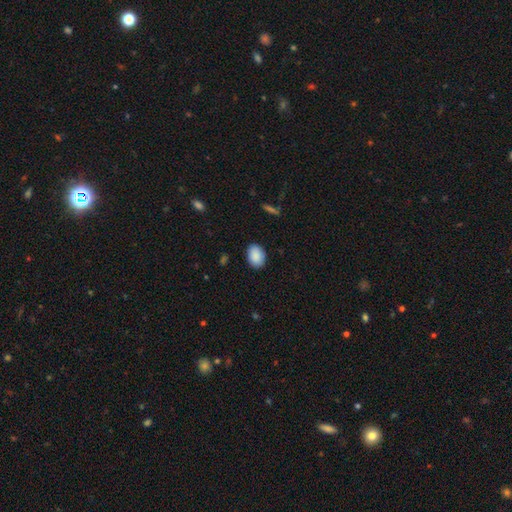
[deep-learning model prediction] Smooth or featured? Predicted: smooth (p=0.89). How rounded? Predicted: in between (p=0.79). Merging? Predicted: none (p=0.87).